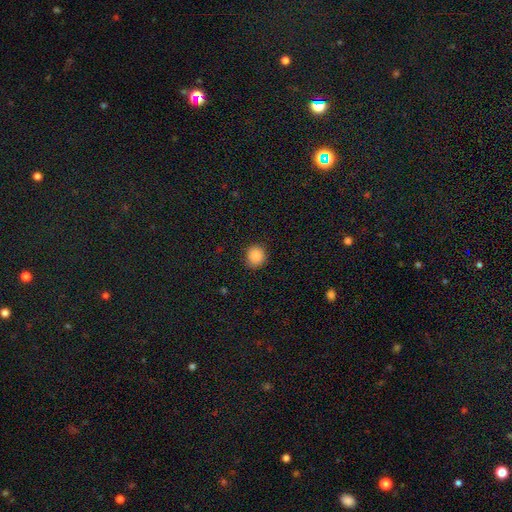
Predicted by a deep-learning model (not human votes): Smooth or featured? smooth (87%)
How rounded? round (89%)
Merging? none (90%)